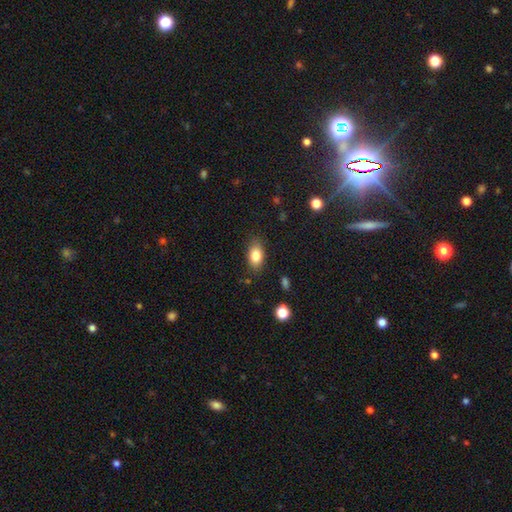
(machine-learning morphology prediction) smooth_or_featured: smooth (p=0.83) [alt: featured or disk p=0.09]
how_rounded: in between (p=0.88) [alt: round p=0.09]
merging: none (p=0.83) [alt: minor disturbance p=0.13]